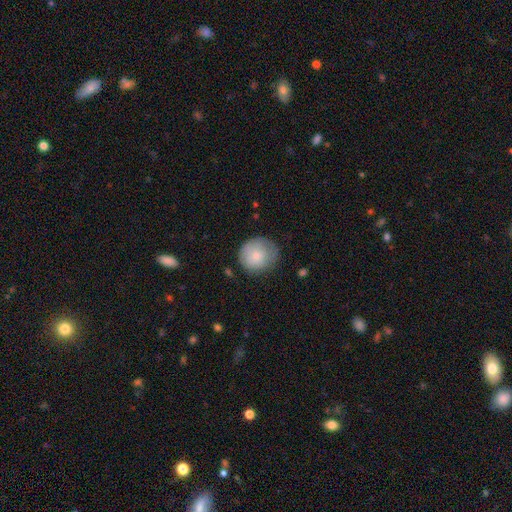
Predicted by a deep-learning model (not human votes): Smooth or featured? smooth (81%)
How rounded? round (88%)
Merging? none (72%)